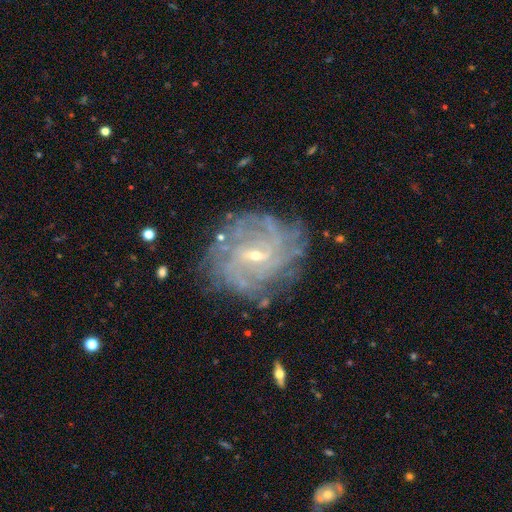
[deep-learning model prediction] This appears to be a featured or disk galaxy (87%) with a weak bar (58%), tight (65%) spiral arms (93%) and a small central bulge (75%). Merging: none (75%).